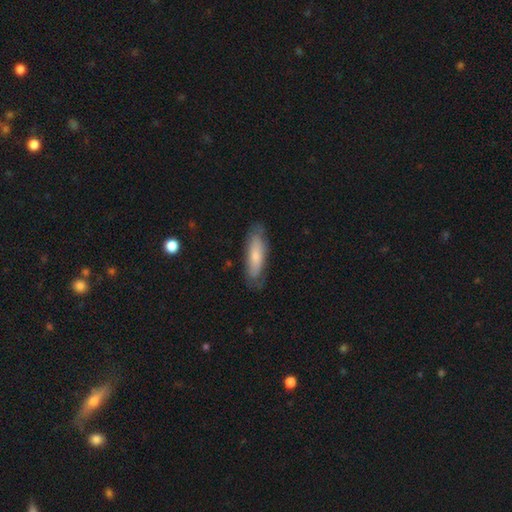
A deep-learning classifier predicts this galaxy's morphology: The model was most divided on "how rounded": cigar-shaped: 55%, in between: 43%, round: 2%. More confident: merging — none (74%); smooth or featured — smooth (65%).